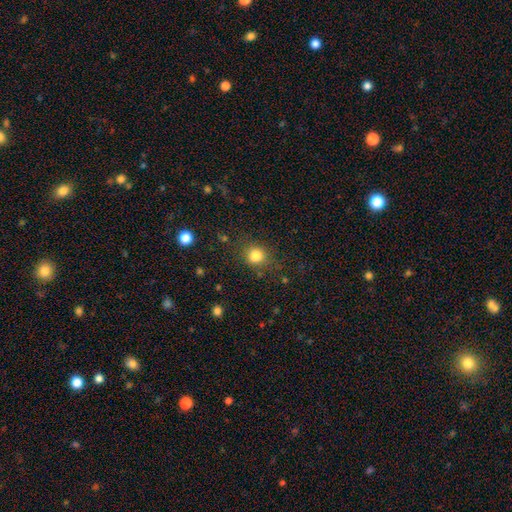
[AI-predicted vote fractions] Q: Smooth or featured?
A: smooth (82%); runner-up: star or artifact (12%)
Q: How rounded?
A: round (80%); runner-up: in between (19%)
Q: Merging?
A: none (78%); runner-up: minor disturbance (13%)